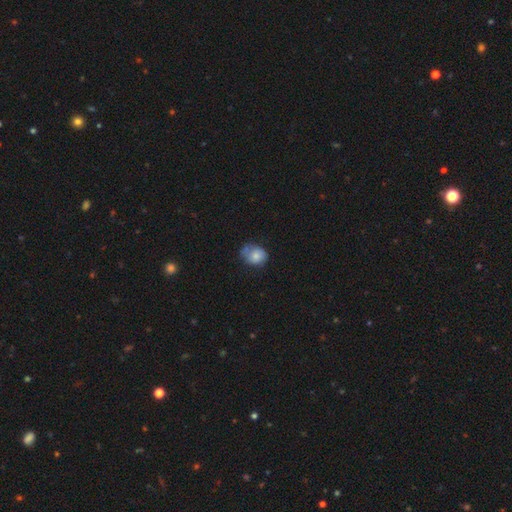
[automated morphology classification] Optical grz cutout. It shows a smooth galaxy with no disk features (76%) that is round (54%). Merging: none (44%).